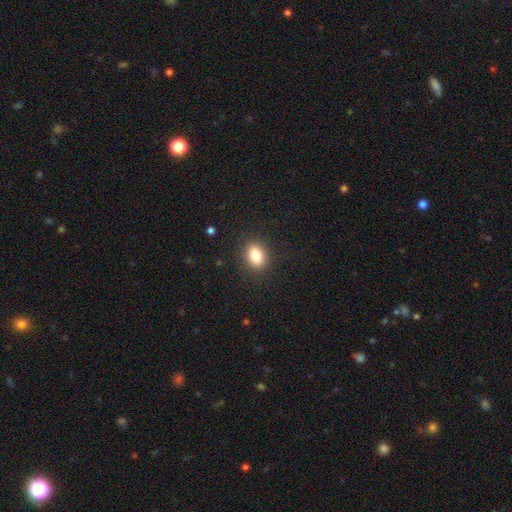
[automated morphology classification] A smooth galaxy with no disk features (84%) that is in between round and cigar-shaped (73%). Merging: none (88%).